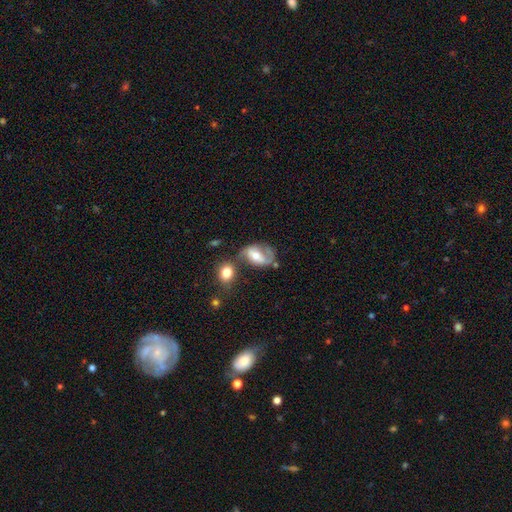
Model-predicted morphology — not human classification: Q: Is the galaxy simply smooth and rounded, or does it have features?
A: featured or disk — 61%.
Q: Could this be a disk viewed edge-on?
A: no — 95%.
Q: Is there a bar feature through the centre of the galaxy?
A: no — 40%.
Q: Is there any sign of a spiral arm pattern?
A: yes — 74%.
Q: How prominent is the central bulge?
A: moderate — 65%.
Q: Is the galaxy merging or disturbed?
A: none — 39%.